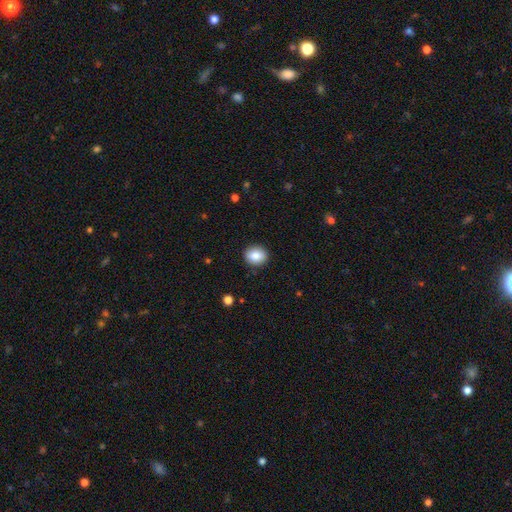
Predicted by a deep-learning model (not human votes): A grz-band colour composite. It shows a smooth galaxy with no disk features (86%) that is round (65%). Merging: none (90%).